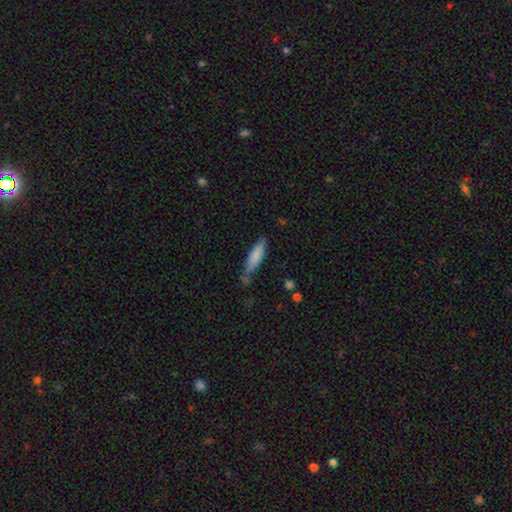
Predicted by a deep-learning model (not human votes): smooth-or-featured: smooth: 81% | featured or disk: 13% | star or artifact: 6%
  how-rounded: cigar-shaped: 67% | in between: 32% | round: 1%
  merging: none: 63% | minor disturbance: 25% | merger: 6% | major disturbance: 6%